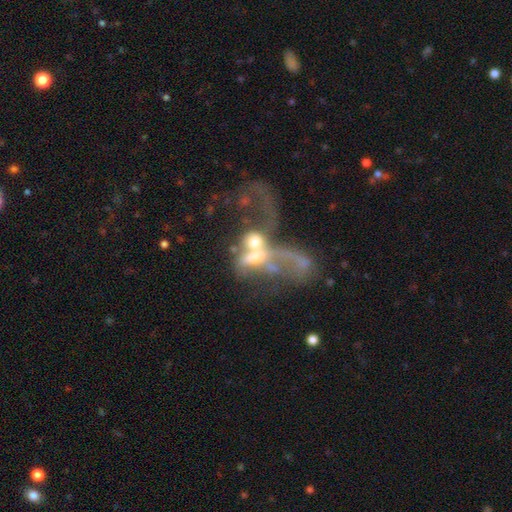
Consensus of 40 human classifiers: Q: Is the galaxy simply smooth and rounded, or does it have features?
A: featured or disk — 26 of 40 (65%).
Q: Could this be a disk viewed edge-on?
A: no — 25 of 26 (96%).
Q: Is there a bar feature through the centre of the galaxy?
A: no — 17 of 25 (68%).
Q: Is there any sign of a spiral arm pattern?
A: yes — 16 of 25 (64%).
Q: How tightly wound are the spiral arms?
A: loose — 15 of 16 (94%).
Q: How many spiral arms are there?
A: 2 — 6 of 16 (38%, tied with can't tell).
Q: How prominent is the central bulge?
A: moderate — 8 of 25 (32%).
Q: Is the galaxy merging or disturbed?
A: merger — 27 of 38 (71%).